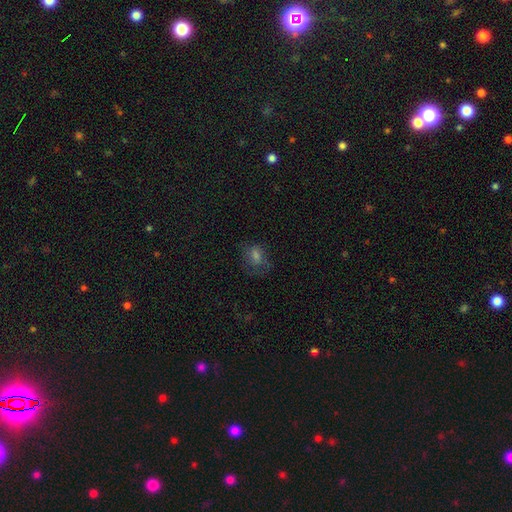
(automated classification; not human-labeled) Smooth or featured? smooth (55%)
How rounded? in between (52%)
Merging? none (57%)